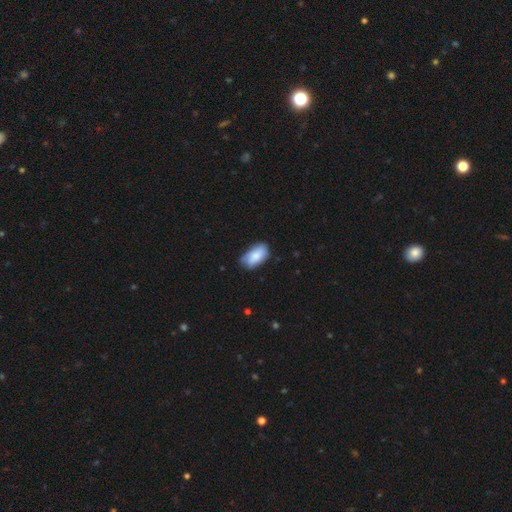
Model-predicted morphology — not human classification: A smooth galaxy with no disk features (81%) that is in between round and cigar-shaped (94%).

Vote fractions:
- Smooth or featured? smooth: 81% / featured or disk: 13% / star or artifact: 6%
- How rounded? in between: 94% / round: 3% / cigar-shaped: 3%
- Merging? none: 64% / minor disturbance: 29% / major disturbance: 5% / merger: 2%